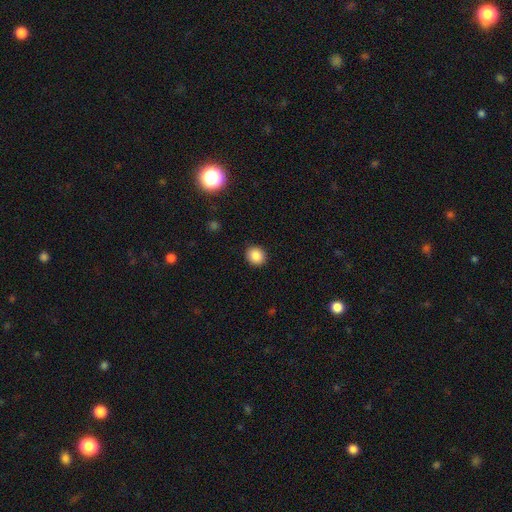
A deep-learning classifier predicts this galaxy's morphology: This is clearly a smooth galaxy (87%). How rounded: clearly round (81%). Merging: clearly none (91%).